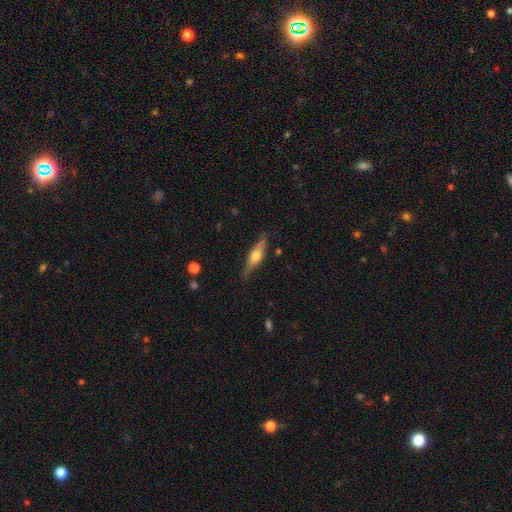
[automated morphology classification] The model was most divided on "smooth or featured": featured or disk: 63%, smooth: 31%, star or artifact: 6%. More confident: edge-on disk — yes (95%); edge-on bulge — rounded (91%); merging — none (82%).